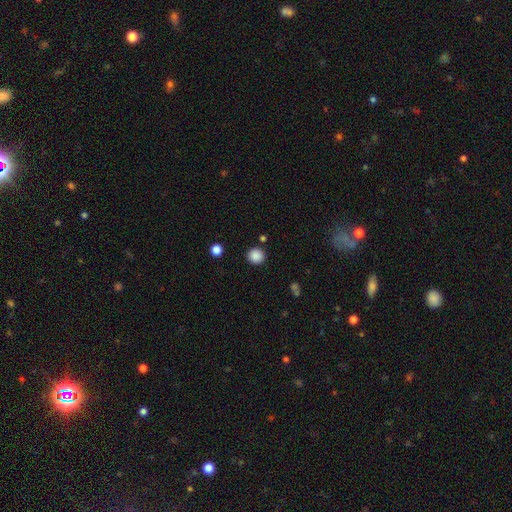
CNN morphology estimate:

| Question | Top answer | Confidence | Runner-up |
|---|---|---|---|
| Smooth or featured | smooth | 87% | star or artifact (10%) |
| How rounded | round | 93% | in between (6%) |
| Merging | none | 89% | minor disturbance (6%) |